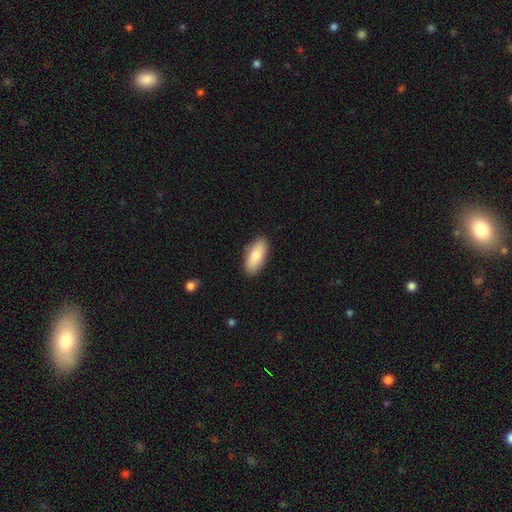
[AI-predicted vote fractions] smooth-or-featured: smooth: 80% | featured or disk: 14% | star or artifact: 6%
  how-rounded: in between: 84% | cigar-shaped: 14% | round: 2%
  merging: none: 88% | minor disturbance: 9% | major disturbance: 2% | merger: 1%